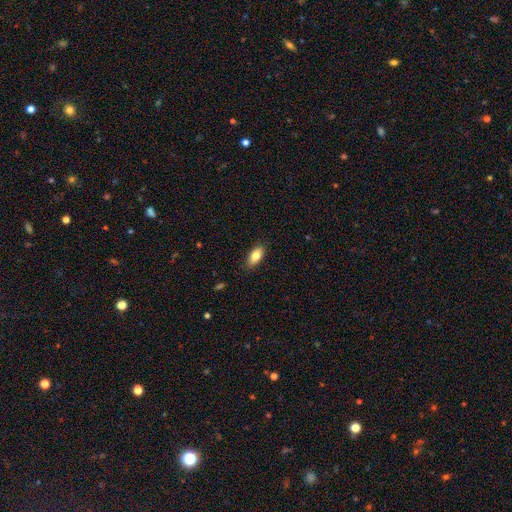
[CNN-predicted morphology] Smooth or featured: smooth — 83% (featured or disk — 11%)
How rounded: in between — 88% (cigar-shaped — 9%)
Merging: none — 86% (minor disturbance — 10%)